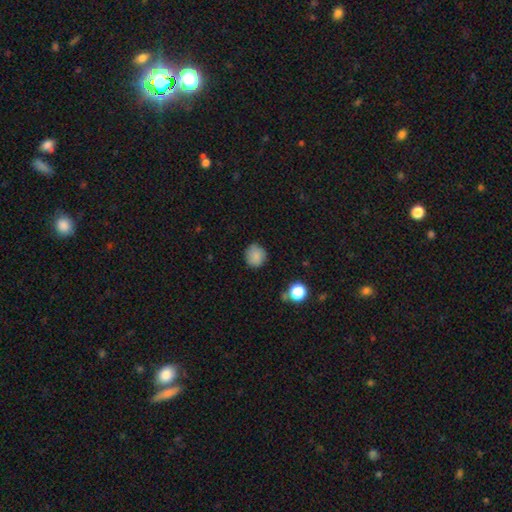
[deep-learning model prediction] The model was most divided on "merging": none: 82%, minor disturbance: 14%, major disturbance: 3%, merger: 2%. More confident: how rounded — round (87%); smooth or featured — smooth (86%).